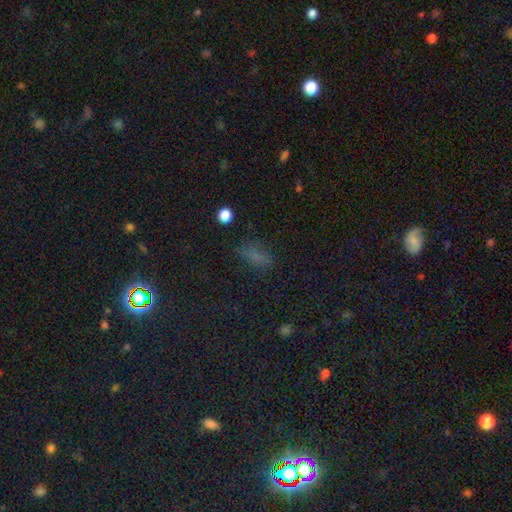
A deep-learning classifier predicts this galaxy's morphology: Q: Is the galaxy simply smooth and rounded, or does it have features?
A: smooth — 60%.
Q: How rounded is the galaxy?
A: in between — 76%.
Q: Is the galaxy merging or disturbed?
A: none — 68%.